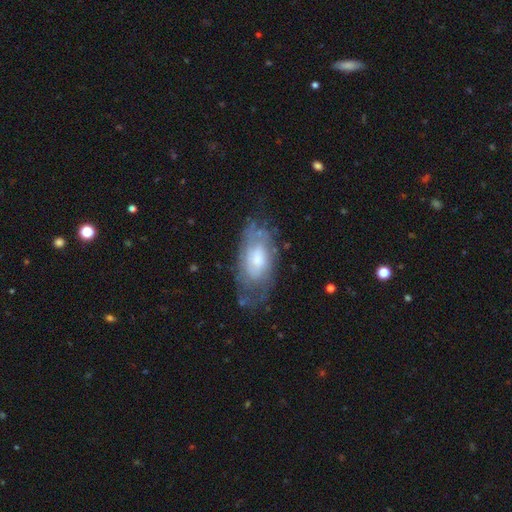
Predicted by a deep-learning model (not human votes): A featured or disk galaxy (62%) with no bar (75%), spiral arms (69%) and a moderate central bulge (48%).

Vote fractions:
- Smooth or featured? featured or disk: 62% / smooth: 30% / star or artifact: 8%
- Edge-on disk? no: 90% / yes: 10%
- Bar? no: 75% / weak: 21% / strong: 3%
- Spiral arms? yes: 69% / no: 31%
- Bulge size? moderate: 48% / small: 25% / large: 21% / none: 5% / dominant: 2%
- Merging? none: 65% / minor disturbance: 22% / major disturbance: 10% / merger: 2%